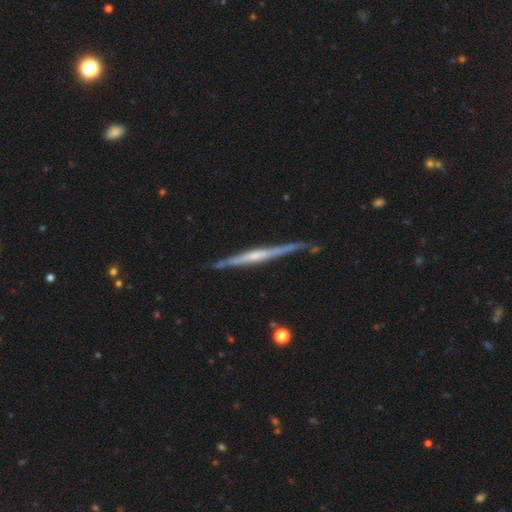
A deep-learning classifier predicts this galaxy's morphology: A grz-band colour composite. It shows a featured or disk galaxy (75%) viewed edge-on (97%) with no central bulge (50%). Merging: none (80%).